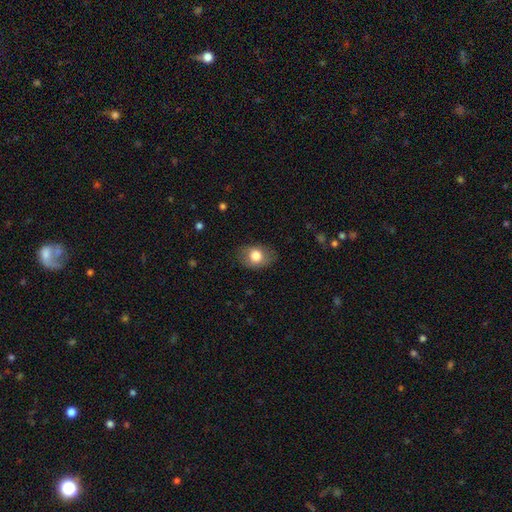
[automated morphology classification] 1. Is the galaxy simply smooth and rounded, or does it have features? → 78% smooth, 14% featured or disk, 8% star or artifact.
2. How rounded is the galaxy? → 69% in between, 30% round, 1% cigar-shaped.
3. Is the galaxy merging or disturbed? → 79% none, 16% minor disturbance, 4% major disturbance, 1% merger.